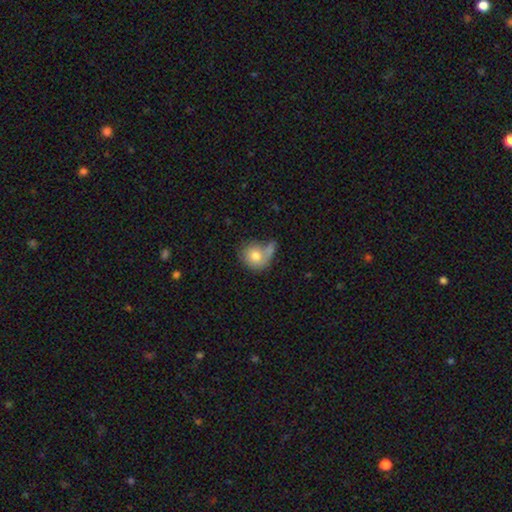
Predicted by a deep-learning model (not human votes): smooth 75%, featured or disk 17%, star or artifact 8%. Down the decision tree: how rounded — round (80%); merging — none (40%).